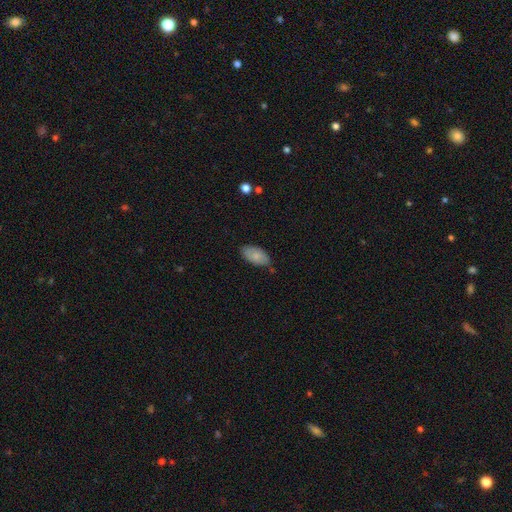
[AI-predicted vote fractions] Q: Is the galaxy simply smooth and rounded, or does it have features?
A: smooth — 79%.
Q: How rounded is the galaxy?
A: in between — 94%.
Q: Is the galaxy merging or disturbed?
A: none — 71%.